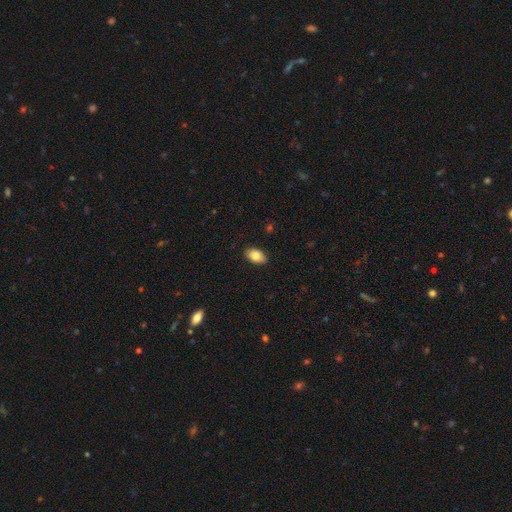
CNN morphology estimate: The model was most divided on "smooth or featured": smooth: 85%, featured or disk: 8%, star or artifact: 7%. More confident: how rounded — in between (93%); merging — none (89%).